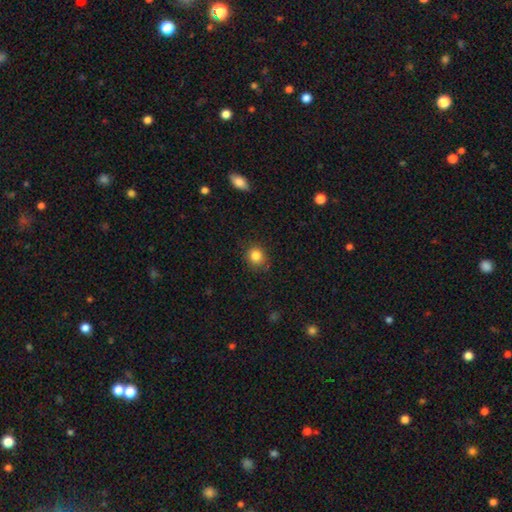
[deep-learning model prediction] A smooth galaxy with no disk features (84%) that is round (83%). Merging: none (83%).